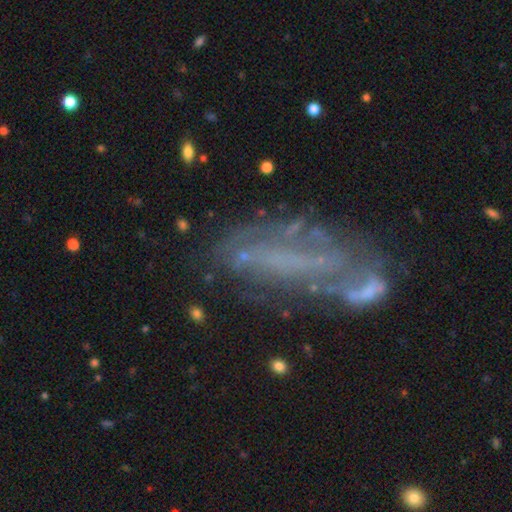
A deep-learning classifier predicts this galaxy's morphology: This appears to be a featured or disk galaxy (63%) with no bar (63%), no spiral arms (66%) and no central bulge (75%). Merging: none (38%).